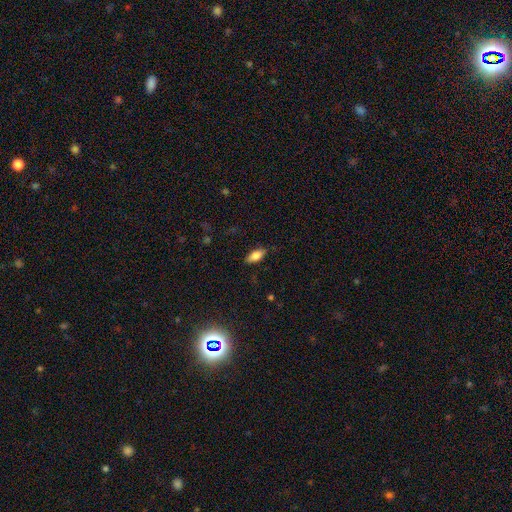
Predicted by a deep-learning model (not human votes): Smooth or featured? Predicted: smooth (p=0.79). How rounded? Predicted: in between (p=0.83). Merging? Predicted: none (p=0.83).